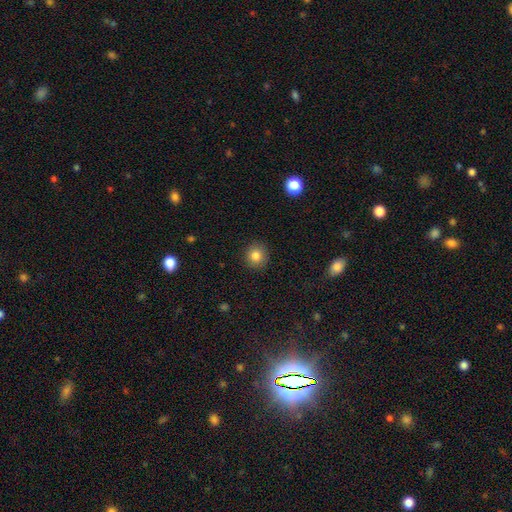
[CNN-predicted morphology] The model was most divided on "smooth or featured": smooth: 82%, star or artifact: 11%, featured or disk: 7%. More confident: merging — none (90%); how rounded — round (88%).